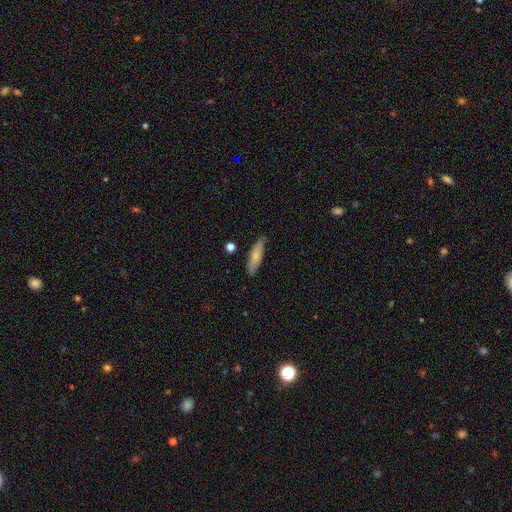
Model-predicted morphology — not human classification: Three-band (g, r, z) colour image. It shows a smooth galaxy with no disk features (75%) that is cigar-shaped (56%). Merging: none (79%).